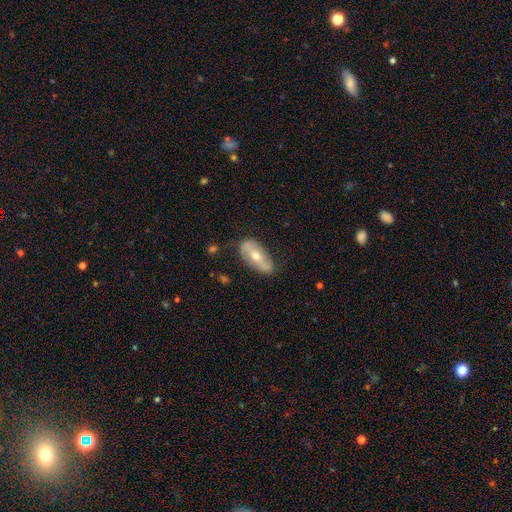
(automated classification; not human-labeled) A featured or disk galaxy (59%). Merging: none (74%).